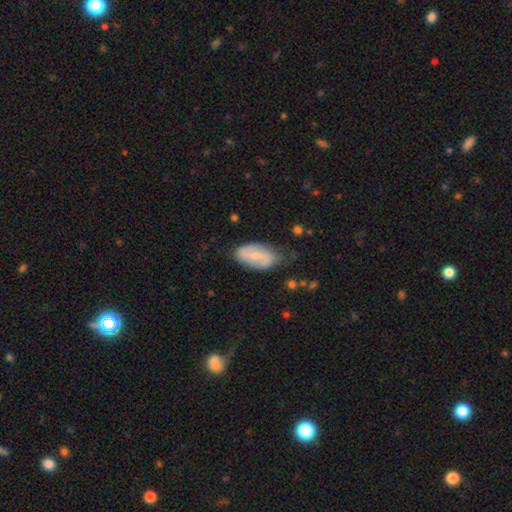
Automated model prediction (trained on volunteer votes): A featured or disk galaxy (59%) with a weak bar (47%), spiral arms (83%) and a small central bulge (56%). Merging: none (69%).